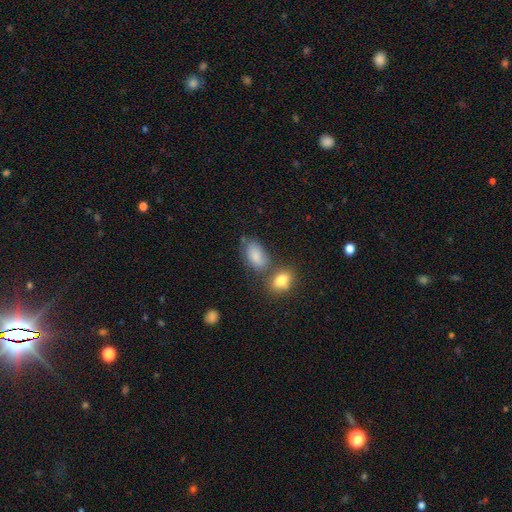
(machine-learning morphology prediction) A smooth galaxy with no disk features (81%) that is in between round and cigar-shaped (90%). Merging: none (51%).